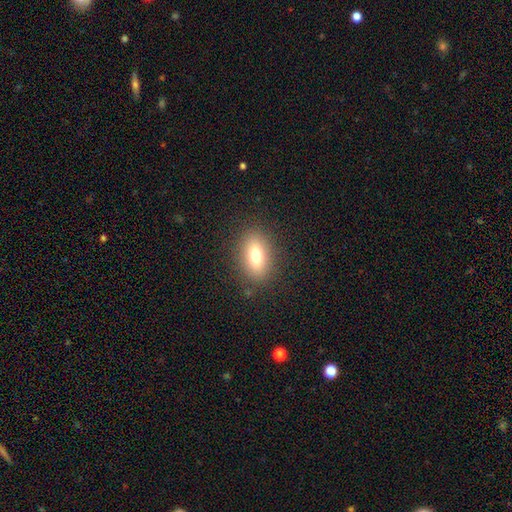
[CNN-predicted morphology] Overall: smooth (75%). How rounded: in between (81%). Merging: none (86%).